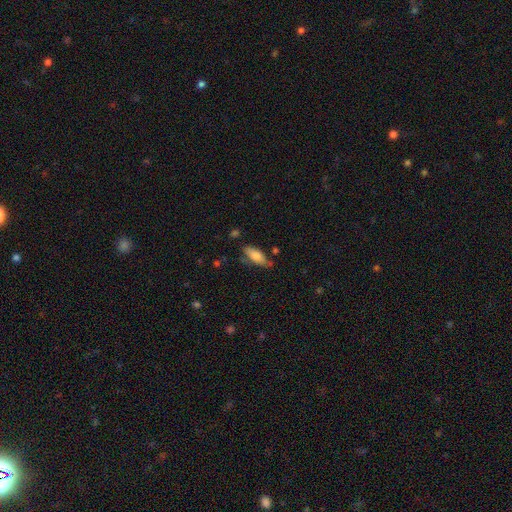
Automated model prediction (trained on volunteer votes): Q: Smooth or featured?
A: smooth (78%); runner-up: featured or disk (16%)
Q: How rounded?
A: in between (76%); runner-up: cigar-shaped (22%)
Q: Merging?
A: none (68%); runner-up: minor disturbance (22%)